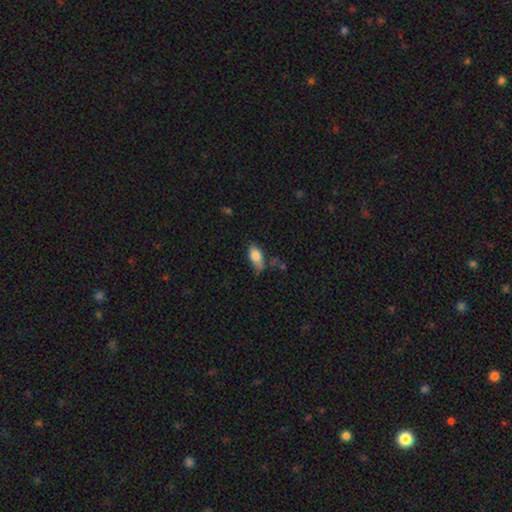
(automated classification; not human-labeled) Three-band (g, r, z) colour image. It shows a smooth galaxy with no disk features (80%) that is in between round and cigar-shaped (87%). Merging: none (49%).